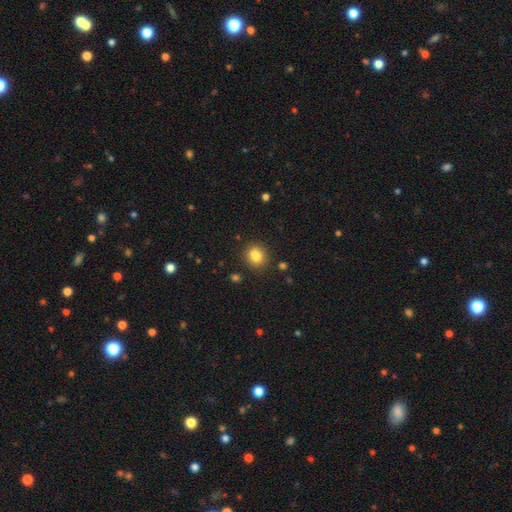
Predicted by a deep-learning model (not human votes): Smooth or featured?
  - smooth: 81% *
  - star or artifact: 11%
  - featured or disk: 9%
How rounded?
  - round: 63% *
  - in between: 36%
  - cigar-shaped: 1%
Merging?
  - none: 76% *
  - minor disturbance: 11%
  - merger: 10%
  - major disturbance: 3%